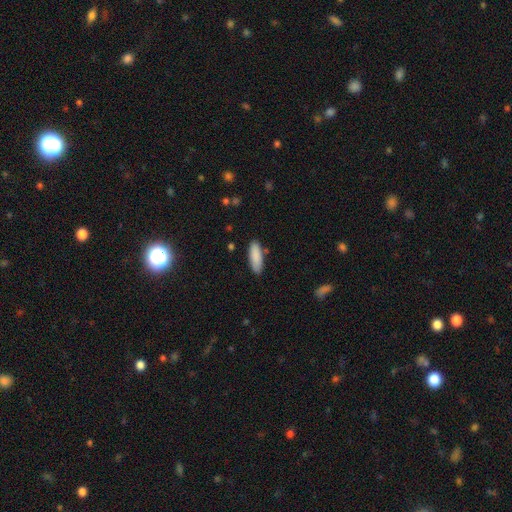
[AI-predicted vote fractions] Overall: smooth (89%). How rounded: in between (59%; cigar-shaped 39%). Merging: none (84%).